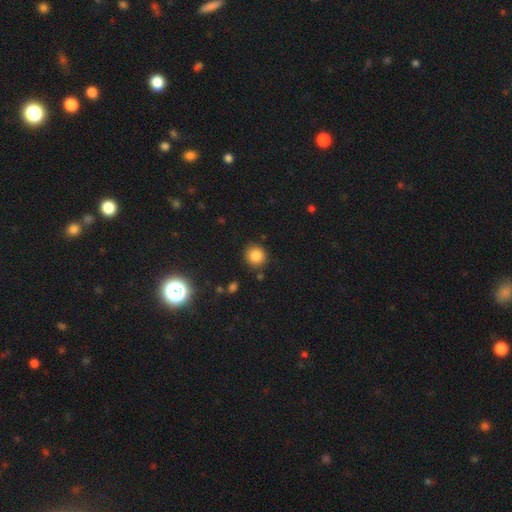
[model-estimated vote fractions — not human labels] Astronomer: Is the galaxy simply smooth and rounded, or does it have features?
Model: smooth — 83%.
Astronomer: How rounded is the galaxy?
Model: round — 89%.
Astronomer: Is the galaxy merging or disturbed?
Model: none — 86%.